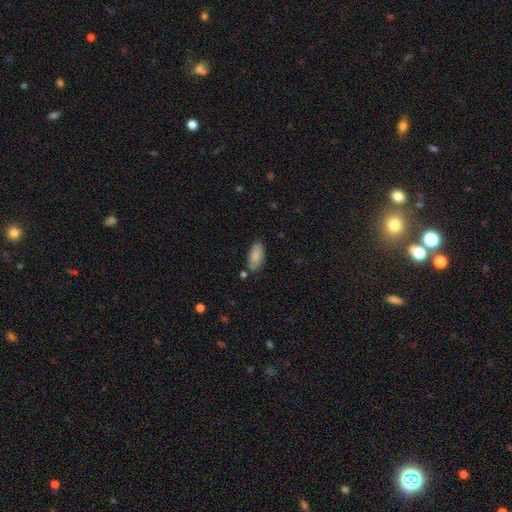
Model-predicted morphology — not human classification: Smooth or featured?
  - smooth: 86% *
  - featured or disk: 7%
  - star or artifact: 7%
How rounded?
  - in between: 92% *
  - cigar-shaped: 6%
  - round: 2%
Merging?
  - none: 73% *
  - minor disturbance: 18%
  - merger: 6%
  - major disturbance: 4%